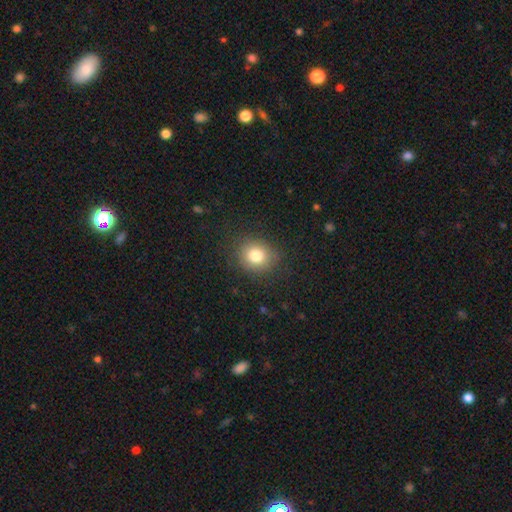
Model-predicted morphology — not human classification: Smooth or featured? smooth (80%)
How rounded? round (77%)
Merging? none (86%)